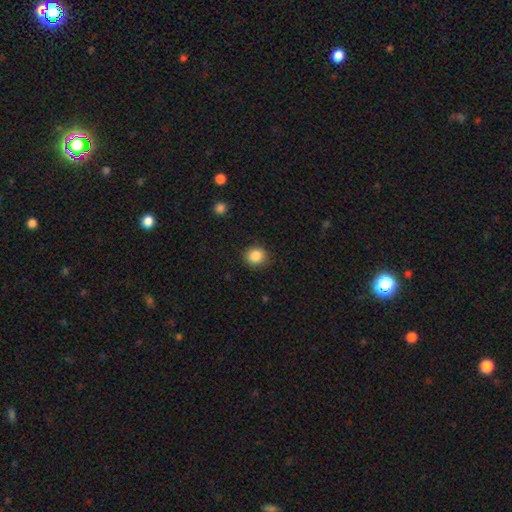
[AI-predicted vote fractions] smooth_or_featured: smooth (p=0.87) [alt: star or artifact p=0.10]
how_rounded: round (p=0.85) [alt: in between p=0.14]
merging: none (p=0.88) [alt: minor disturbance p=0.09]